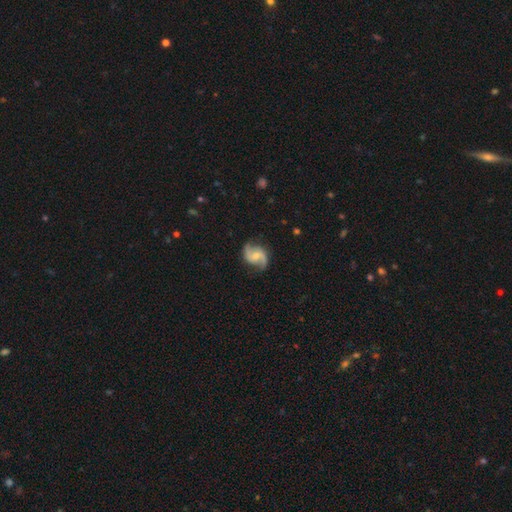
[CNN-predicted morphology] type=featured or disk (85%); edge-on=no (98%); bar=no (49%); spiral arms=yes (97%); winding=loose (47%); arm count=2 (93%); bulge=moderate (50%); merging=none (80%).